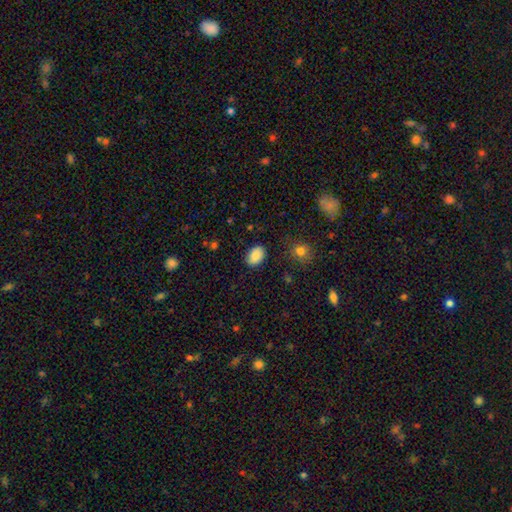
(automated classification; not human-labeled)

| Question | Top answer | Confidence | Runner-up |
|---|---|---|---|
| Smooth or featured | smooth | 87% | star or artifact (8%) |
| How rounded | in between | 82% | round (17%) |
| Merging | none | 86% | minor disturbance (10%) |